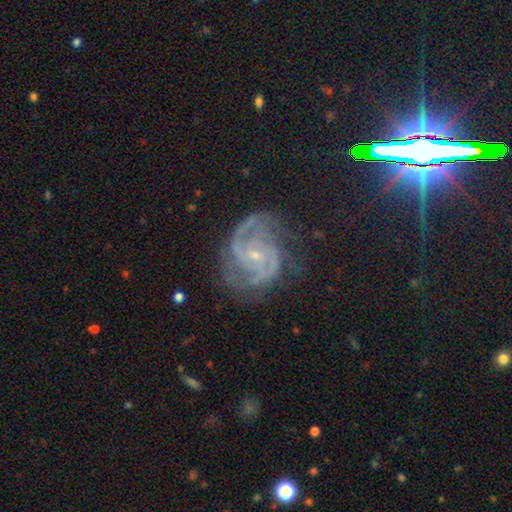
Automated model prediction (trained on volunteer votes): Smooth or featured? featured or disk (86%)
Edge-on disk? no (98%)
Bar? no (53%)
Spiral arms? yes (97%)
Spiral winding? medium (47%)
Spiral arm count? 2 (47%)
Bulge size? small (79%)
Merging? none (67%)